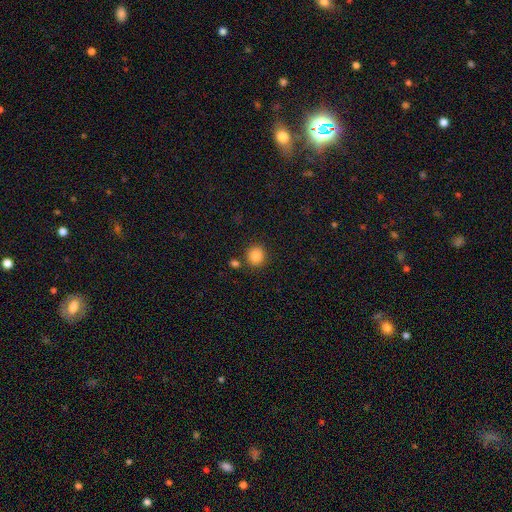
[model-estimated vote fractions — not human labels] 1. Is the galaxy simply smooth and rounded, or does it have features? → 86% smooth, 10% star or artifact, 4% featured or disk.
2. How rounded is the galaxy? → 88% round, 11% in between, 1% cigar-shaped.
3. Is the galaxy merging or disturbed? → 84% none, 7% minor disturbance, 6% merger, 2% major disturbance.